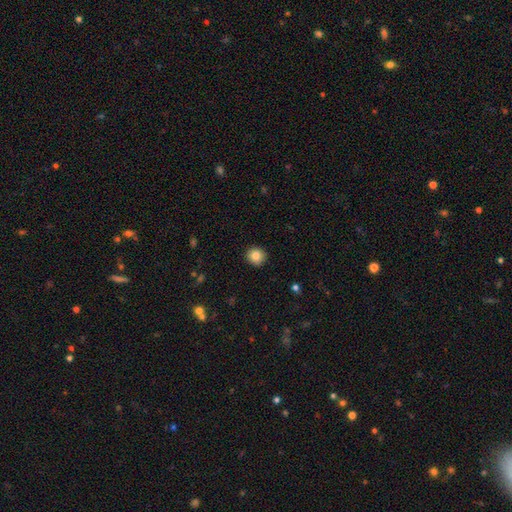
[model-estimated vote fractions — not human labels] Morphology: type=smooth (85%); roundness=round (91%); merging=none (91%).